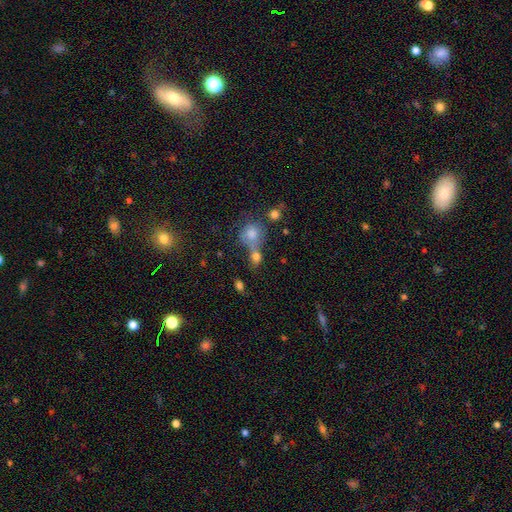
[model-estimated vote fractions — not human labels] Smooth or featured? Predicted: smooth (p=0.64). How rounded? Predicted: round (p=0.71). Merging? Predicted: none (p=0.48).